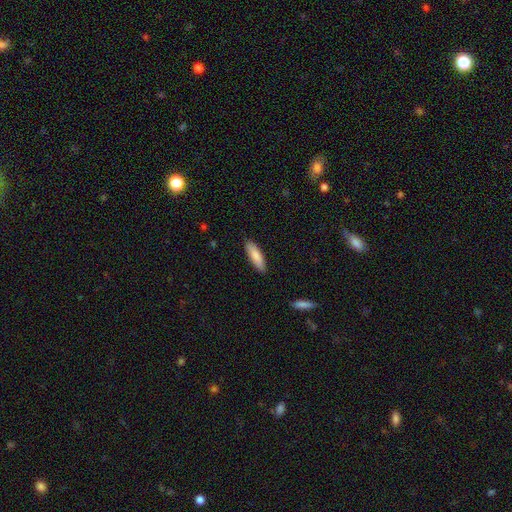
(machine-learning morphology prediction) This is clearly a smooth galaxy (85%). How rounded: likely cigar-shaped (63%). Merging: clearly none (88%).